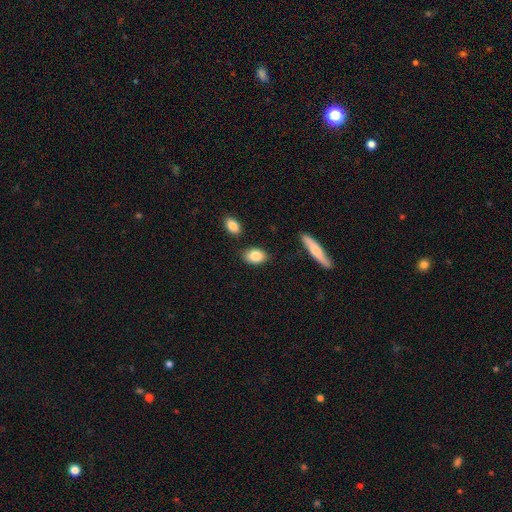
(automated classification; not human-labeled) Overall: smooth (85%). How rounded: in between (84%). Merging: none (82%).